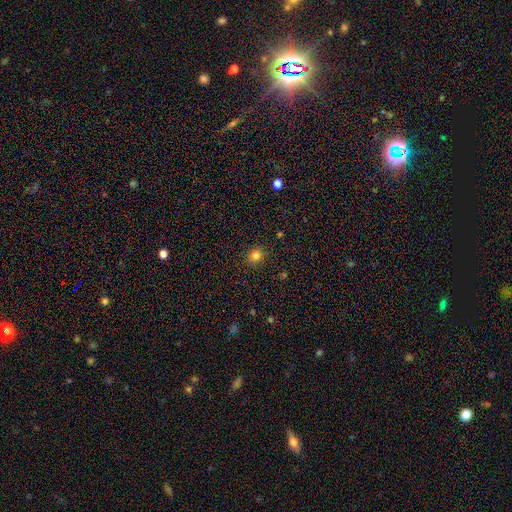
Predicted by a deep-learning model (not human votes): Morphology: type=smooth (81%); roundness=round (74%); merging=none (88%).